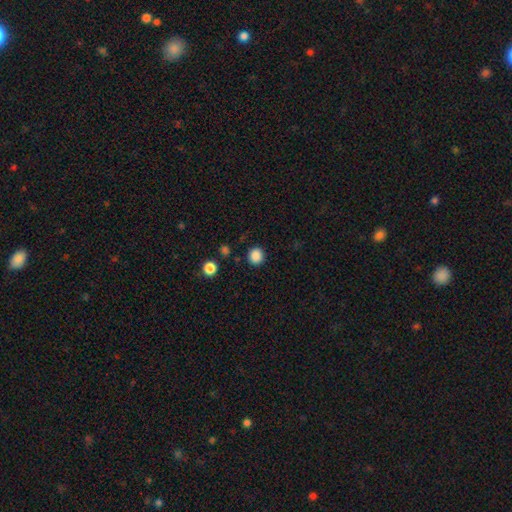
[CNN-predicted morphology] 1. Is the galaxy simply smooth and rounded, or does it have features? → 86% smooth, 11% star or artifact, 3% featured or disk.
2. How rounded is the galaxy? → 91% round, 8% in between, 1% cigar-shaped.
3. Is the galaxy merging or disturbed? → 90% none, 6% minor disturbance, 2% major disturbance, 2% merger.